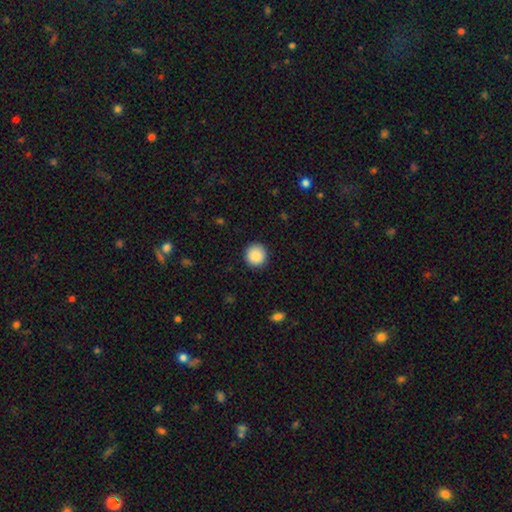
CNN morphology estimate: The model was most divided on "smooth or featured": smooth: 89%, star or artifact: 8%, featured or disk: 3%. More confident: how rounded — round (95%); merging — none (92%).